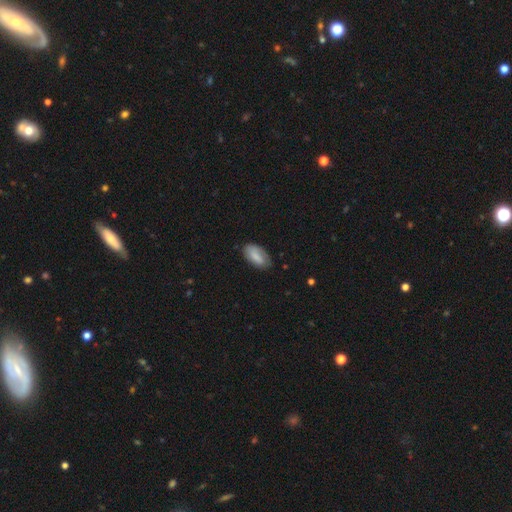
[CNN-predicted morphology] Overall: smooth (79%). How rounded: in between (93%). Merging: none (70%).